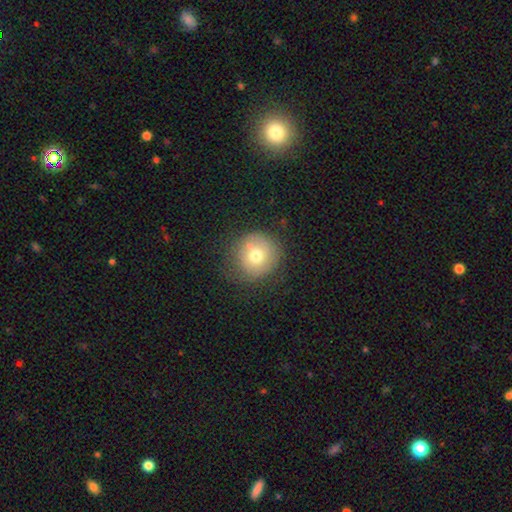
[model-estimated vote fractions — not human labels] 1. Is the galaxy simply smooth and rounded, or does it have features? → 68% smooth, 21% featured or disk, 11% star or artifact.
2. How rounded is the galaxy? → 92% round, 7% in between, 1% cigar-shaped.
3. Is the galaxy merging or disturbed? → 69% none, 18% minor disturbance, 7% major disturbance, 6% merger.